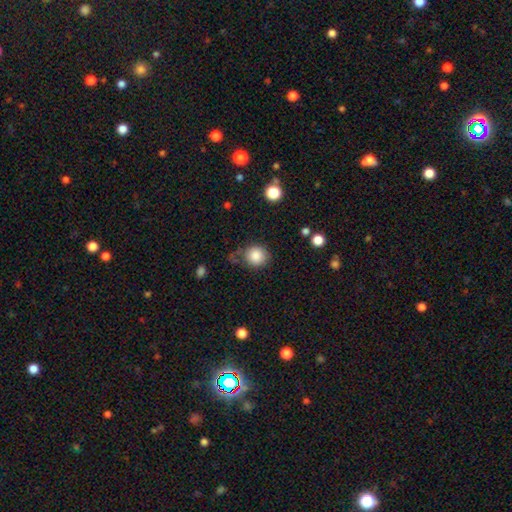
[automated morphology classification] type=smooth (85%); roundness=round (84%); merging=none (66%).